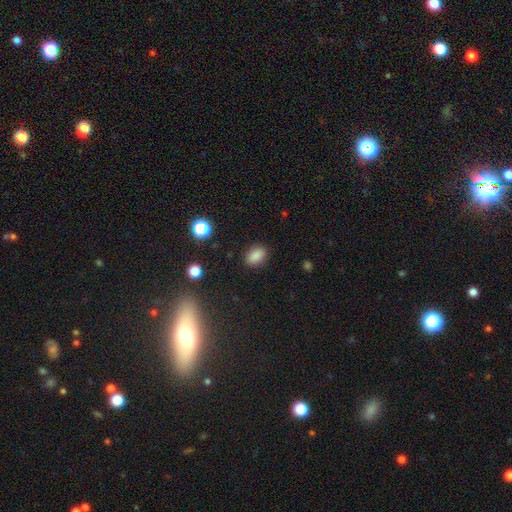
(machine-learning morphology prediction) Smooth or featured: smooth — 85% (star or artifact — 11%)
How rounded: in between — 80% (round — 18%)
Merging: none — 86% (minor disturbance — 10%)